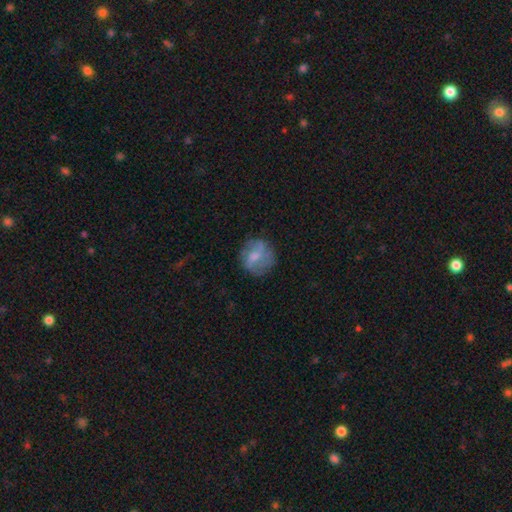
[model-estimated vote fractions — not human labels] A smooth galaxy with no disk features (50%). Merging: none (69%).